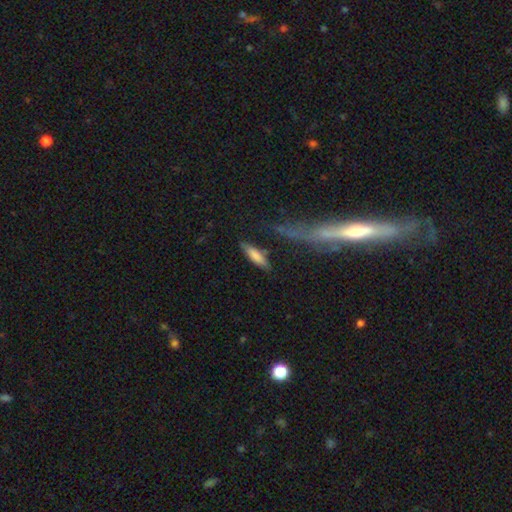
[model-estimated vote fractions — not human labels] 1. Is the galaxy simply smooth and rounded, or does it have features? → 76% smooth, 18% featured or disk, 6% star or artifact.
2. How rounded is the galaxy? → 63% cigar-shaped, 35% in between, 2% round.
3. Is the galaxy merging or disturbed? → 74% none, 16% minor disturbance, 5% merger, 5% major disturbance.